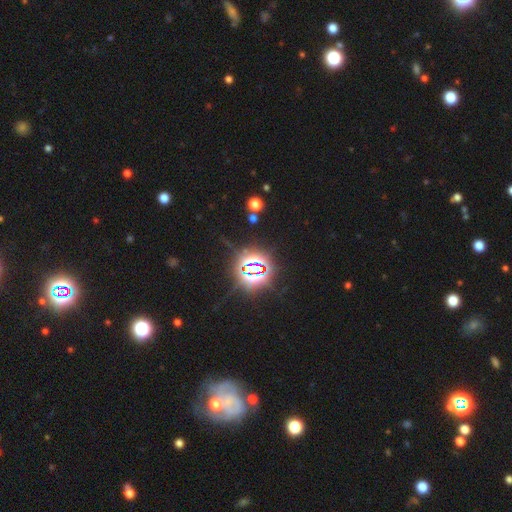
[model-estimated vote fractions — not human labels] Q: Smooth or featured?
A: star or artifact (81%); runner-up: smooth (10%)